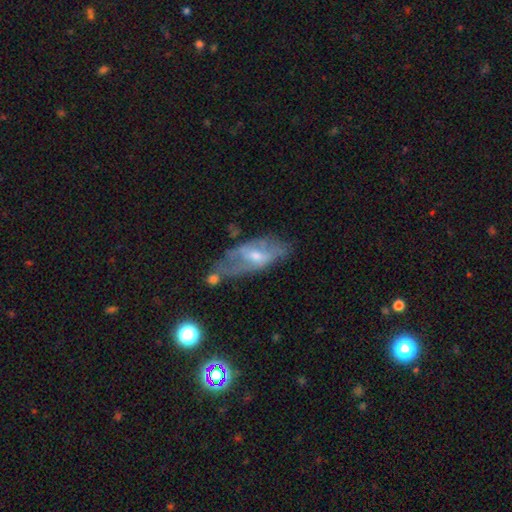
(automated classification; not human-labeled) featured or disk 64%, smooth 28%, star or artifact 8%. Down the decision tree: edge-on disk — no (81%); bar — no (50%); spiral arms — no (52%); bulge size — moderate (47%); merging — none (42%).